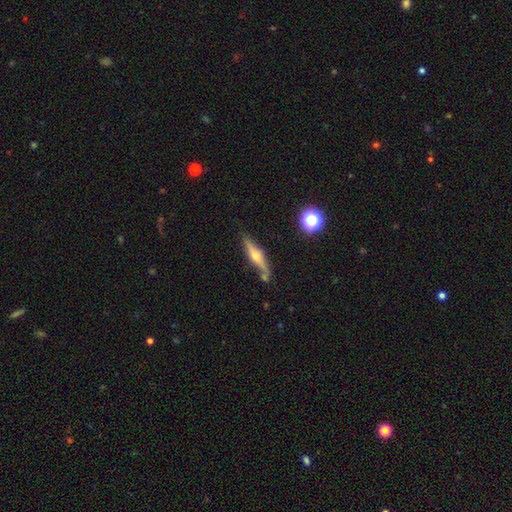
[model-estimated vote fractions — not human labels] Overall: featured or disk (68%). Edge-on disk: yes (92%). Edge-on bulge: rounded (90%). Merging: none (71%).